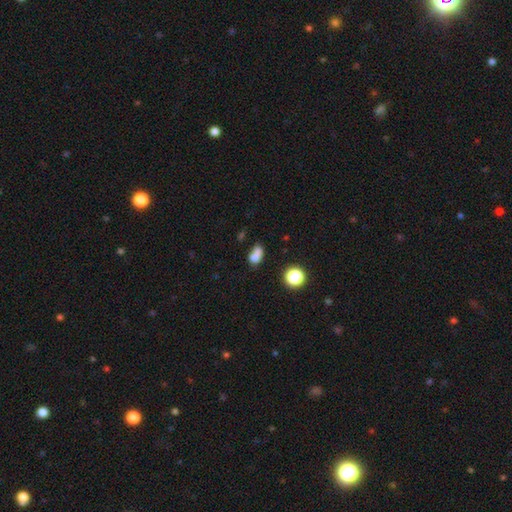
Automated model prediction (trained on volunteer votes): Overall: smooth (73%). How rounded: in between (69%). Merging: merger (36%; none 35%).